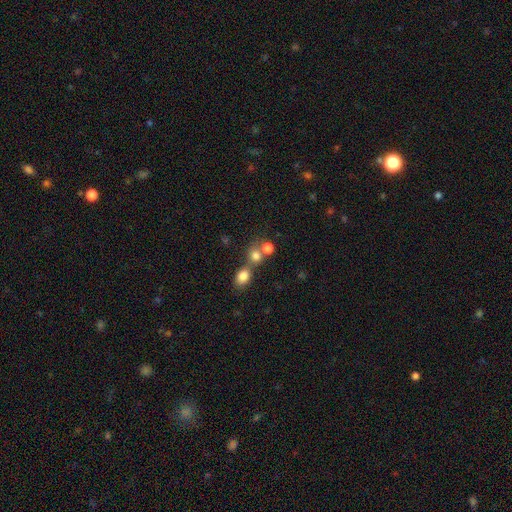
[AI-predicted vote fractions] Smooth or featured: smooth — 77% (star or artifact — 14%)
How rounded: round — 74% (in between — 25%)
Merging: none — 46% (merger — 42%)